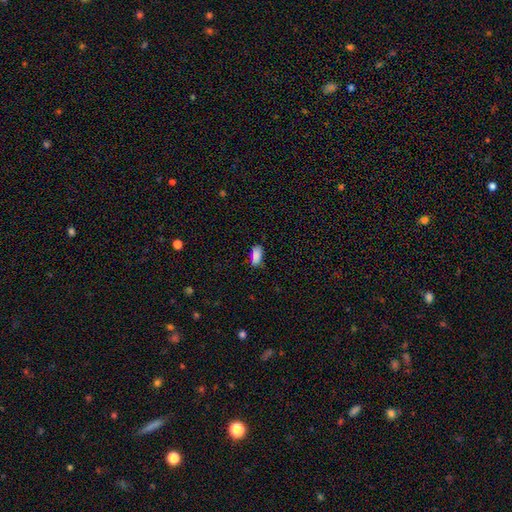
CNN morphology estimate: smooth_or_featured: smooth (p=0.85) [alt: star or artifact p=0.10]
how_rounded: in between (p=0.86) [alt: cigar-shaped p=0.11]
merging: none (p=0.69) [alt: minor disturbance p=0.23]